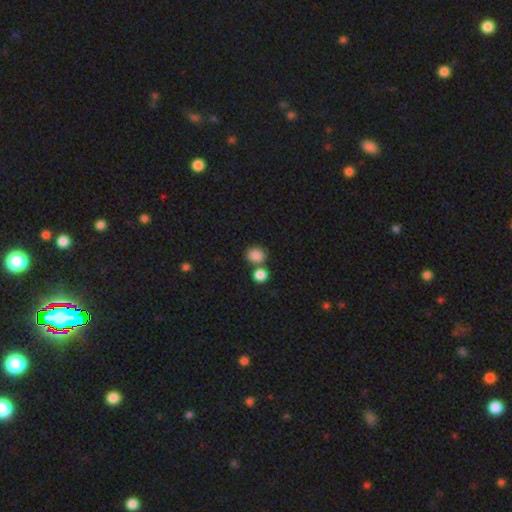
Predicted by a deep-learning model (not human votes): Smooth or featured: smooth — 85% (star or artifact — 9%)
How rounded: round — 76% (in between — 23%)
Merging: none — 57% (merger — 31%)